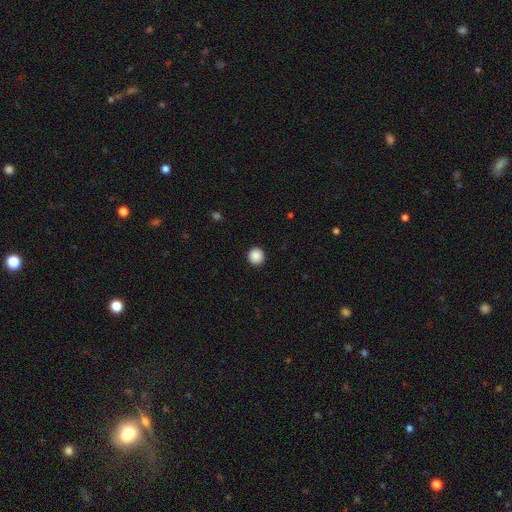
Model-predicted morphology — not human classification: smooth_or_featured: smooth (p=0.89) [alt: star or artifact p=0.09]
how_rounded: round (p=0.95) [alt: in between p=0.04]
merging: none (p=0.93) [alt: minor disturbance p=0.04]